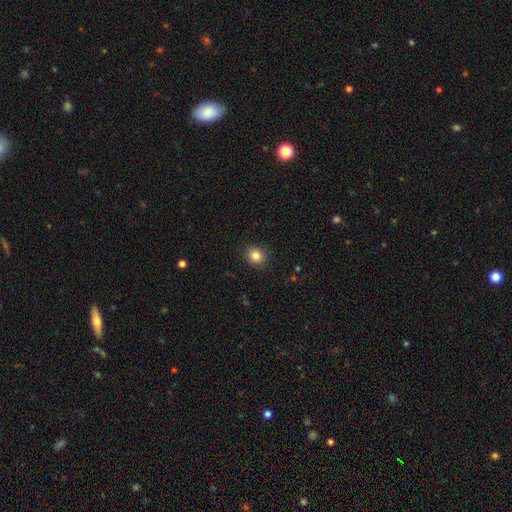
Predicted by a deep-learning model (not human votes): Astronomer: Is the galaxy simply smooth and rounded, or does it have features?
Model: smooth — 84%.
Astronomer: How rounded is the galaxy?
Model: round — 82%.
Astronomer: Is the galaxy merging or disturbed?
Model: none — 90%.